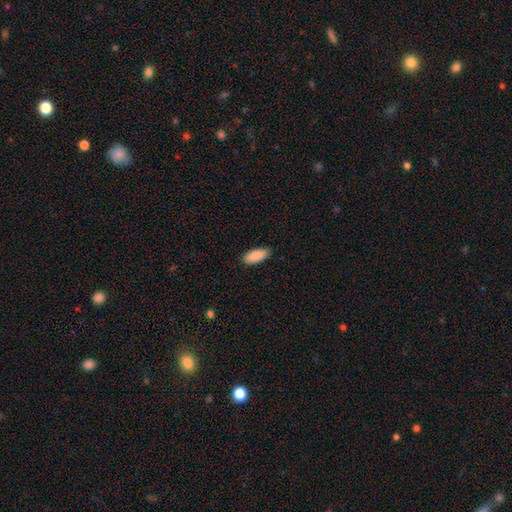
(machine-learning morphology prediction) Smooth or featured: smooth — 90% (star or artifact — 6%)
How rounded: in between — 85% (cigar-shaped — 13%)
Merging: none — 88% (minor disturbance — 10%)